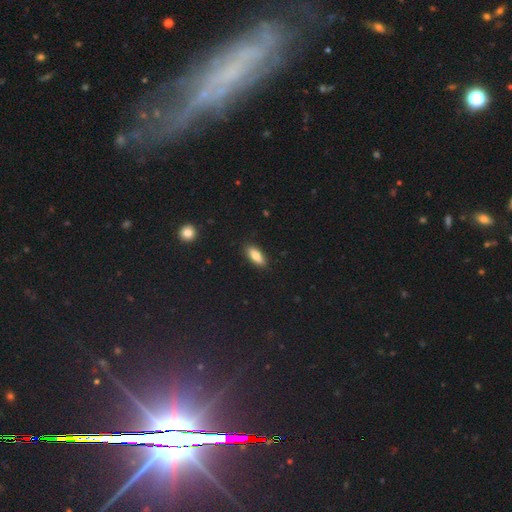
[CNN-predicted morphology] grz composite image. It shows a smooth galaxy with no disk features (79%) that is in between round and cigar-shaped (72%). Merging: none (87%).